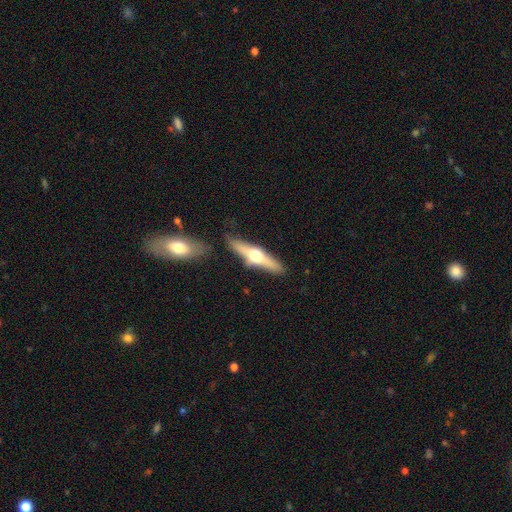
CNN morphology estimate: smooth_or_featured: featured or disk (p=0.57) [alt: smooth p=0.37]
disk_edge_on: yes (p=0.93) [alt: no p=0.07]
edge_on_bulge: rounded (p=0.94) [alt: boxy p=0.03]
merging: none (p=0.78) [alt: minor disturbance p=0.14]